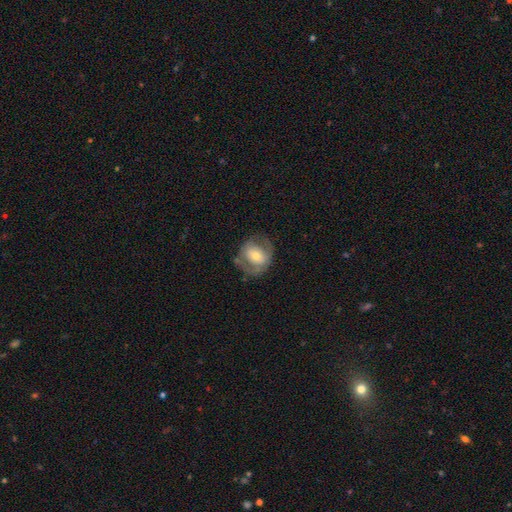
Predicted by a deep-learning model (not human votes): Morphology: type=featured or disk (48%); merging=none (62%).